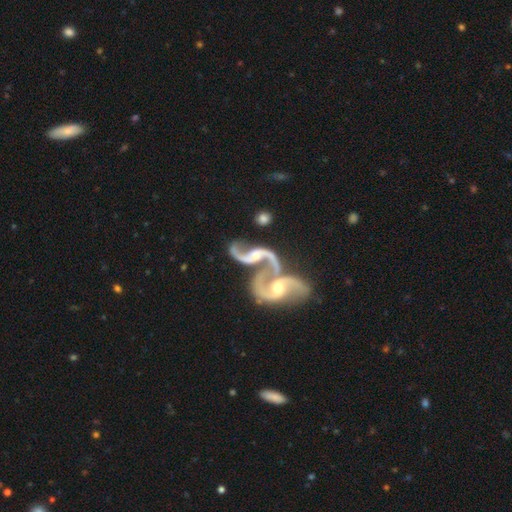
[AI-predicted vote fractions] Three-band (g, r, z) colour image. It shows a featured or disk galaxy (87%) with no bar (45%), 2 (87%) loose (72%) spiral arms (94%) and a moderate central bulge (48%). Merging: merger (66%).